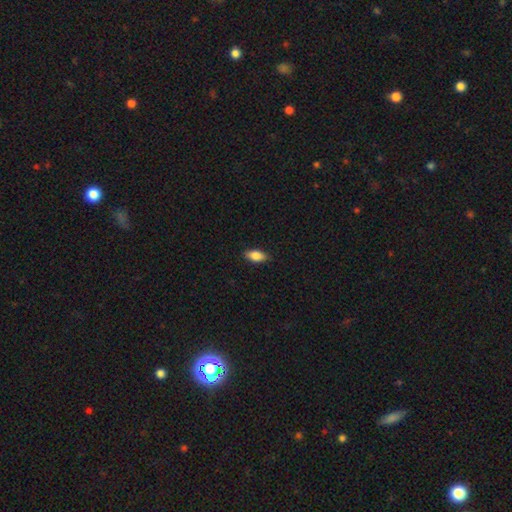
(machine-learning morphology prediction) Smooth or featured: smooth — 81% (featured or disk — 12%)
How rounded: in between — 86% (cigar-shaped — 10%)
Merging: none — 87% (minor disturbance — 10%)